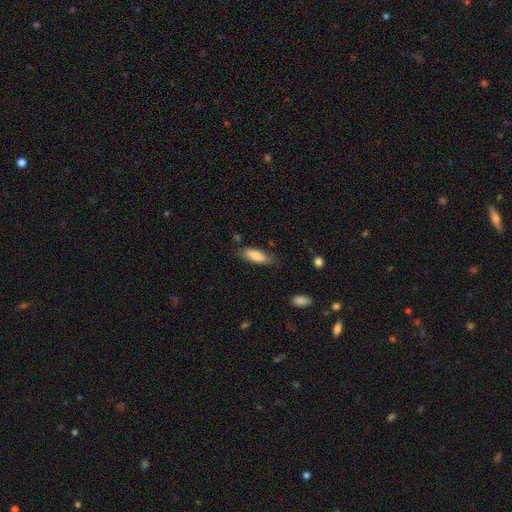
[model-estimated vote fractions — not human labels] A smooth galaxy with no disk features (82%) that is in between round and cigar-shaped (63%). Merging: none (72%).